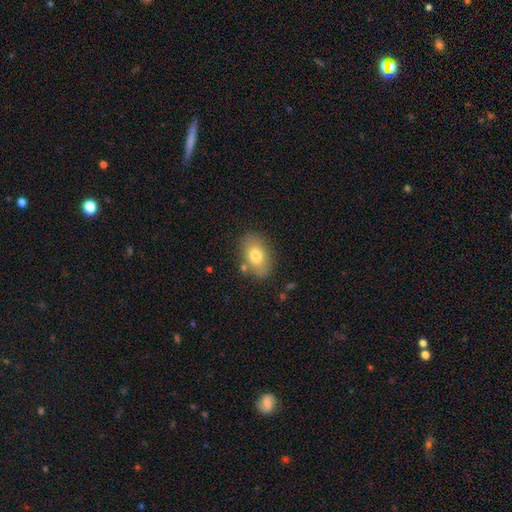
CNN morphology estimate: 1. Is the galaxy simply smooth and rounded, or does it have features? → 75% smooth, 17% featured or disk, 8% star or artifact.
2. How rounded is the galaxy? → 85% in between, 13% round, 1% cigar-shaped.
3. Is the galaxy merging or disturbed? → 79% none, 13% minor disturbance, 4% merger, 3% major disturbance.